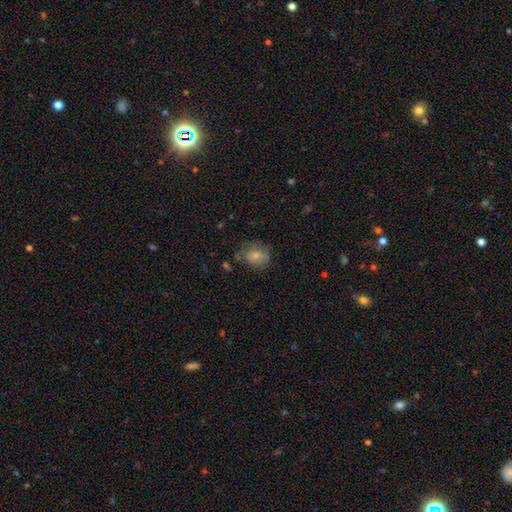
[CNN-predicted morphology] Smooth or featured: smooth — 71% (featured or disk — 20%)
How rounded: round — 56% (in between — 43%)
Merging: none — 55% (minor disturbance — 28%)